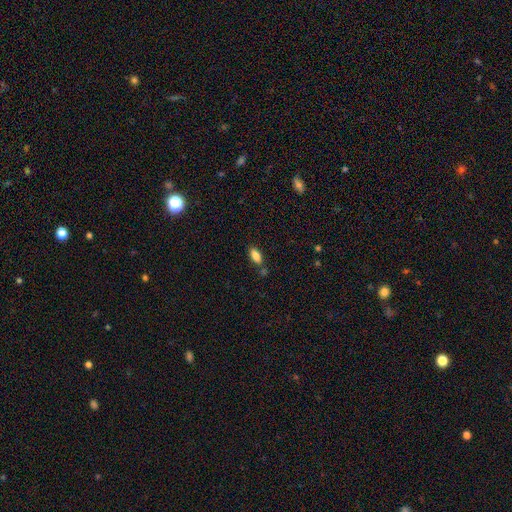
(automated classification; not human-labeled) Smooth or featured? Predicted: smooth (p=0.83). How rounded? Predicted: in between (p=0.86). Merging? Predicted: none (p=0.73).